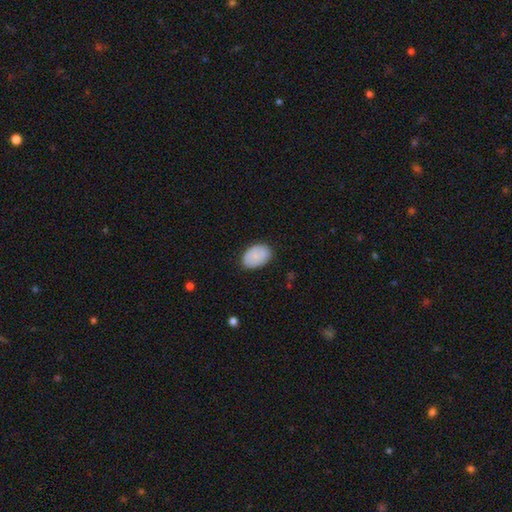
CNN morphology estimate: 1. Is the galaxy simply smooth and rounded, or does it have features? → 81% smooth, 12% featured or disk, 7% star or artifact.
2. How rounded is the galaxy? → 87% in between, 12% round, 1% cigar-shaped.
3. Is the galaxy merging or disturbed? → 82% none, 14% minor disturbance, 3% major disturbance, 1% merger.